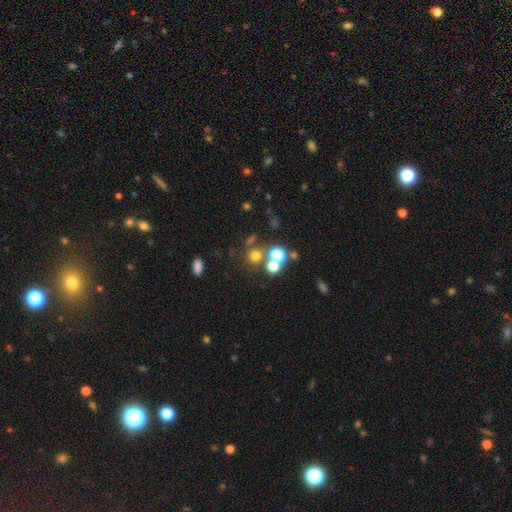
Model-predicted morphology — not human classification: type=smooth (66%); roundness=round (86%); merging=none (60%).